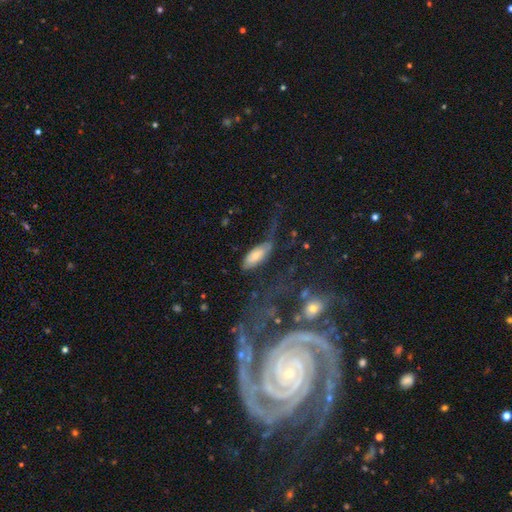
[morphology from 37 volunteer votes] This is likely a smooth galaxy (73%). How rounded: clearly in between (85%). Merging: likely none (66%).